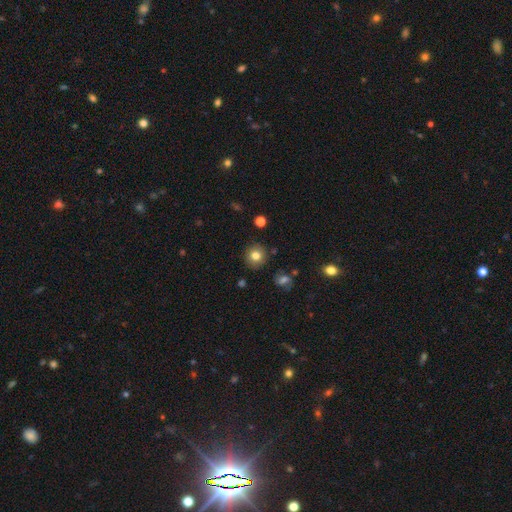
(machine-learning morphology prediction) smooth_or_featured: smooth (p=0.80) [alt: star or artifact p=0.11]
how_rounded: round (p=0.90) [alt: in between p=0.09]
merging: none (p=0.89) [alt: minor disturbance p=0.07]